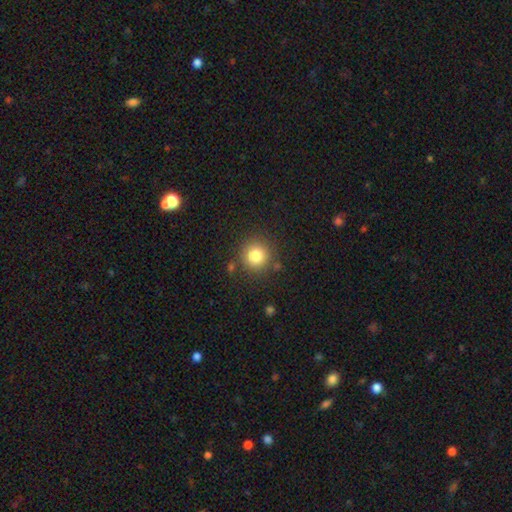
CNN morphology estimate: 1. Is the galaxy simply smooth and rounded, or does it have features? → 82% smooth, 12% star or artifact, 7% featured or disk.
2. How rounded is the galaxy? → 94% round, 5% in between, 1% cigar-shaped.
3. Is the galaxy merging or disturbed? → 85% none, 9% minor disturbance, 3% merger, 3% major disturbance.